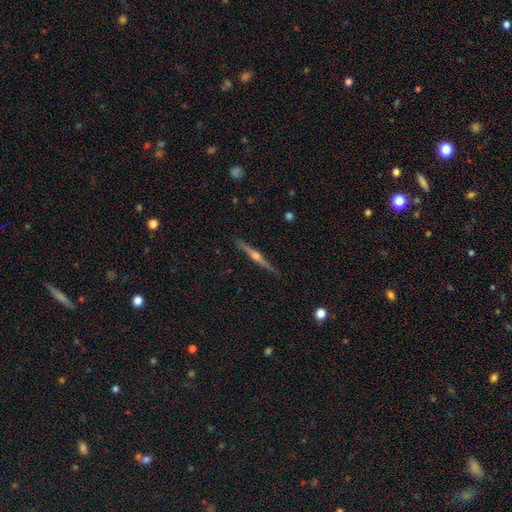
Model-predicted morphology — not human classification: featured or disk 81%, smooth 13%, star or artifact 6%. Down the decision tree: edge-on disk — yes (99%); edge-on bulge — rounded (92%); merging — none (90%).